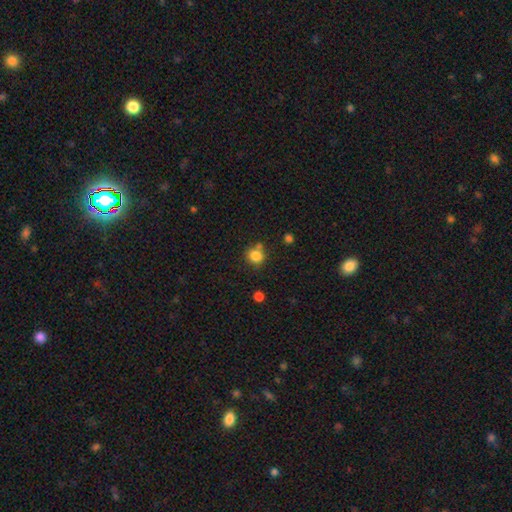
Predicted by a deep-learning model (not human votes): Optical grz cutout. It shows a smooth galaxy with no disk features (83%) that is round (83%). Merging: none (67%).